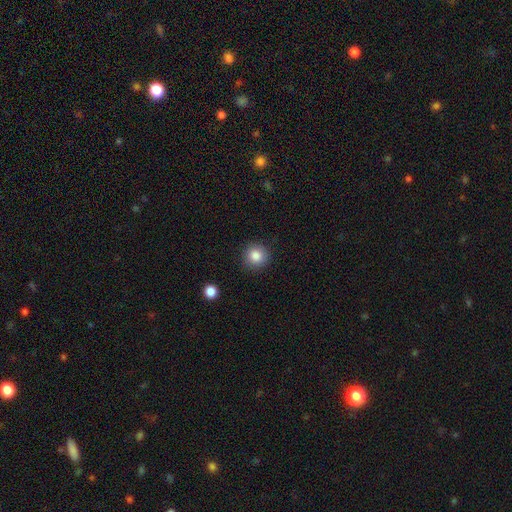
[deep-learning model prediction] Smooth or featured? smooth (85%)
How rounded? round (93%)
Merging? none (90%)